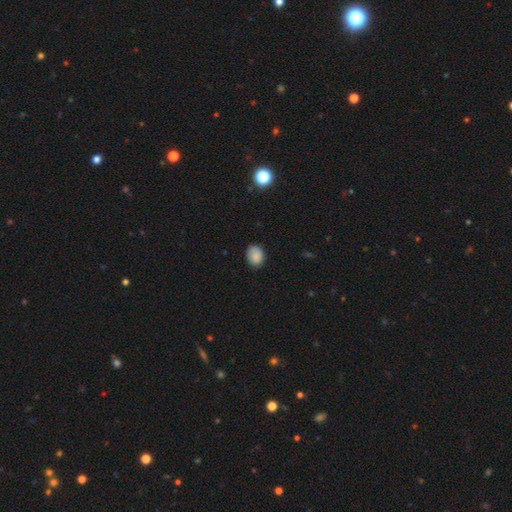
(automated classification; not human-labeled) Morphology: type=smooth (86%); roundness=in between (54%); merging=none (80%).